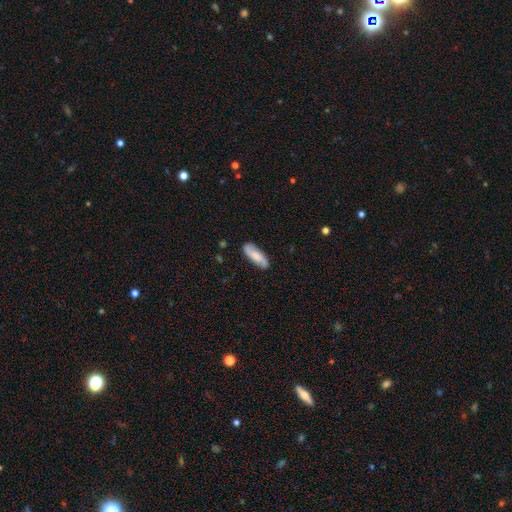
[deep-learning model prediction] Q: Smooth or featured?
A: smooth (61%); runner-up: featured or disk (33%)
Q: How rounded?
A: in between (61%); runner-up: cigar-shaped (37%)
Q: Merging?
A: none (84%); runner-up: minor disturbance (12%)